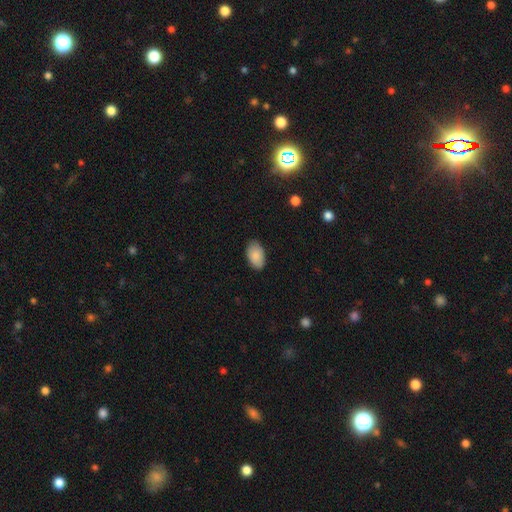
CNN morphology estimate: This is clearly a smooth galaxy (88%). How rounded: clearly in between (93%). Merging: clearly none (85%).